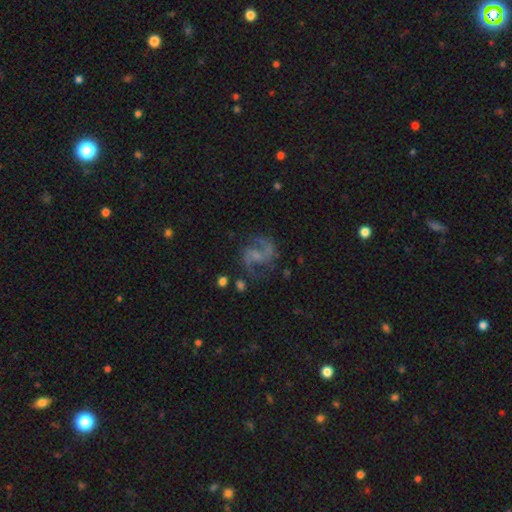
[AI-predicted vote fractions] This appears to be a featured or disk galaxy (86%) with a weak bar (44%, tied with no), 2 (92%) medium (56%) spiral arms (96%) and no central bulge (43%). Merging: none (68%).